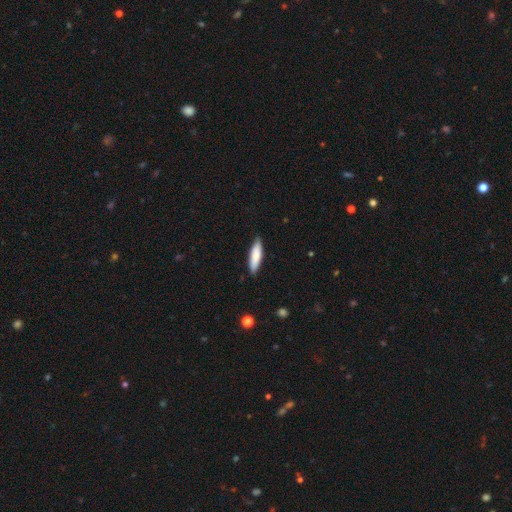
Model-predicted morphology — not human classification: smooth_or_featured: smooth (p=0.81) [alt: featured or disk p=0.14]
how_rounded: cigar-shaped (p=0.62) [alt: in between p=0.36]
merging: none (p=0.86) [alt: minor disturbance p=0.11]